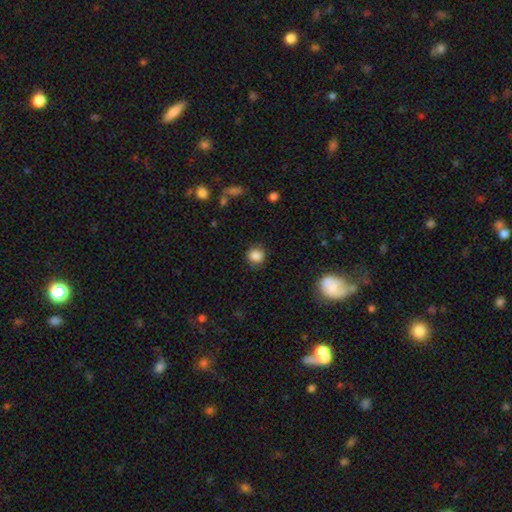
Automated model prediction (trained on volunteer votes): smooth_or_featured: smooth (p=0.86) [alt: star or artifact p=0.10]
how_rounded: round (p=0.85) [alt: in between p=0.14]
merging: none (p=0.84) [alt: minor disturbance p=0.11]